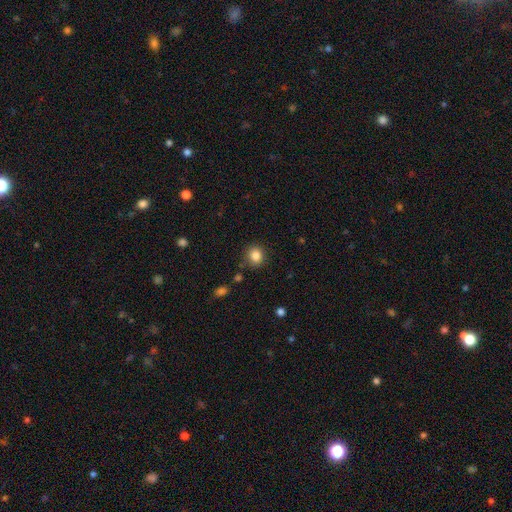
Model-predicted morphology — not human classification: smooth-or-featured: smooth: 84% | star or artifact: 11% | featured or disk: 5%
  how-rounded: round: 77% | in between: 22% | cigar-shaped: 1%
  merging: none: 84% | minor disturbance: 10% | major disturbance: 3% | merger: 3%